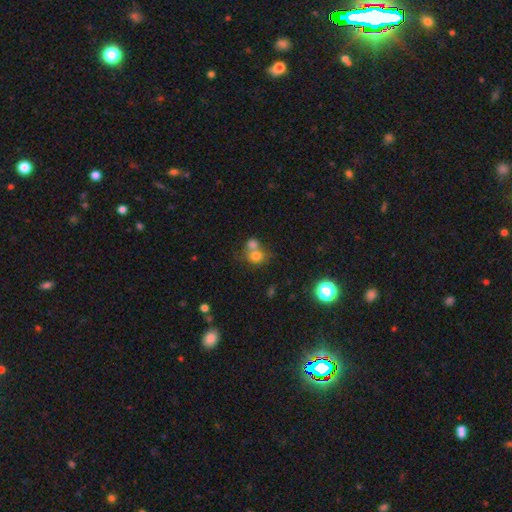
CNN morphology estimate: smooth_or_featured: smooth (p=0.73) [alt: featured or disk p=0.14]
how_rounded: round (p=0.65) [alt: in between p=0.33]
merging: merger (p=0.54) [alt: none p=0.33]